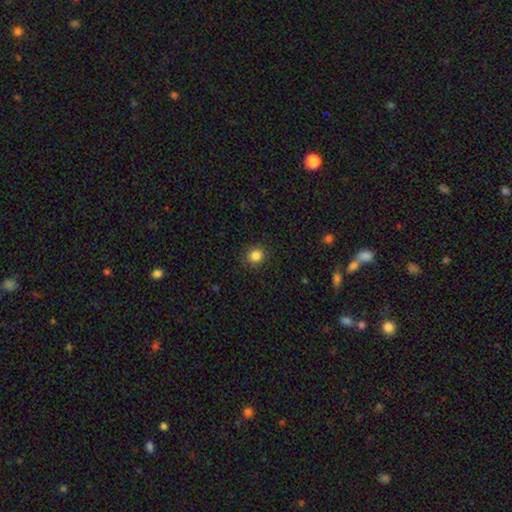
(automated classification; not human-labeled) Overall: smooth (85%). How rounded: round (89%). Merging: none (90%).